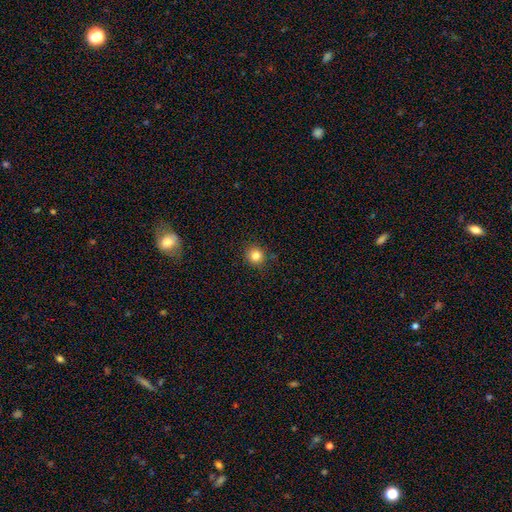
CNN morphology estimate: Q: Smooth or featured?
A: smooth (83%); runner-up: star or artifact (12%)
Q: How rounded?
A: round (91%); runner-up: in between (8%)
Q: Merging?
A: none (89%); runner-up: minor disturbance (7%)